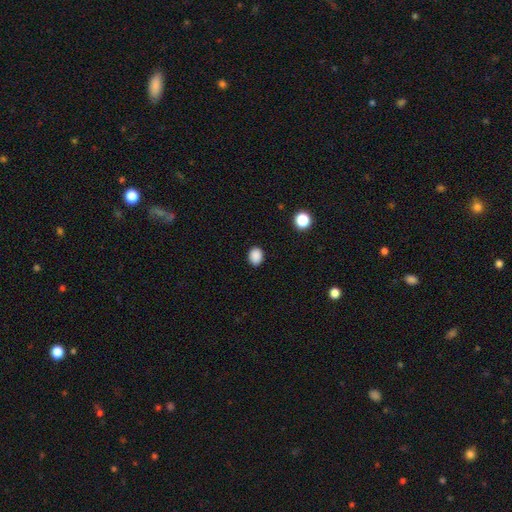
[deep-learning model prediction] smooth-or-featured: smooth: 88% | star or artifact: 10% | featured or disk: 3%
  how-rounded: in between: 54% | round: 46% | cigar-shaped: 1%
  merging: none: 89% | minor disturbance: 8% | major disturbance: 2% | merger: 1%